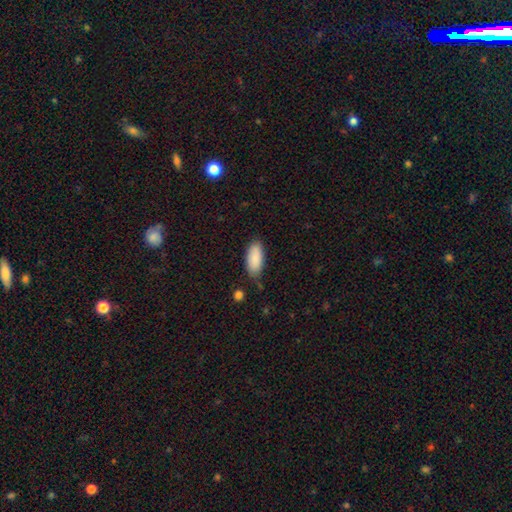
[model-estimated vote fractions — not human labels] Smooth or featured? Predicted: smooth (p=0.88). How rounded? Predicted: in between (p=0.89). Merging? Predicted: none (p=0.77).